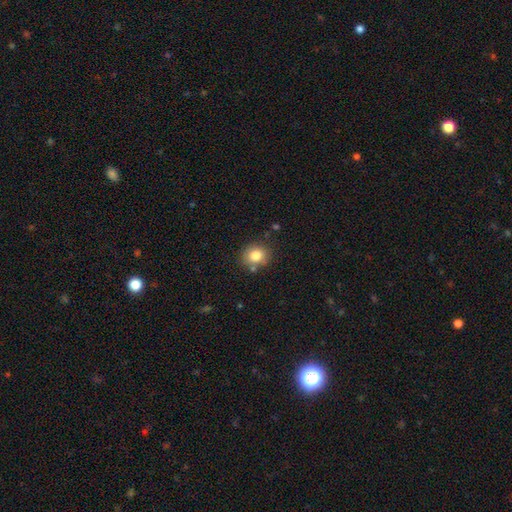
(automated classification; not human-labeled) smooth_or_featured: smooth (p=0.82) [alt: star or artifact p=0.10]
how_rounded: round (p=0.73) [alt: in between p=0.26]
merging: none (p=0.80) [alt: minor disturbance p=0.12]